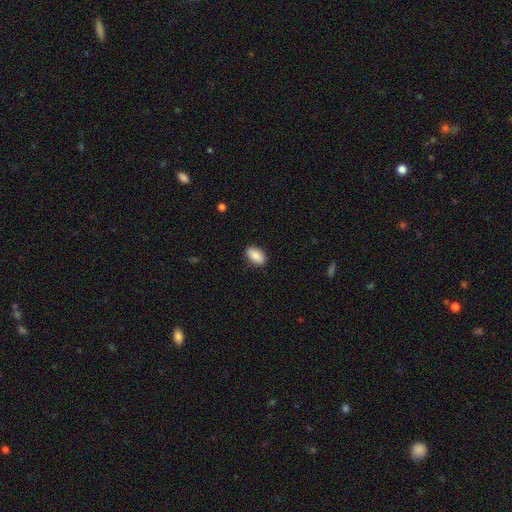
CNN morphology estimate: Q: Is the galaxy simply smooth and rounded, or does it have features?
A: smooth — 87%.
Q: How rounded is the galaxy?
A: in between — 93%.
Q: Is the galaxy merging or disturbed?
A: none — 86%.